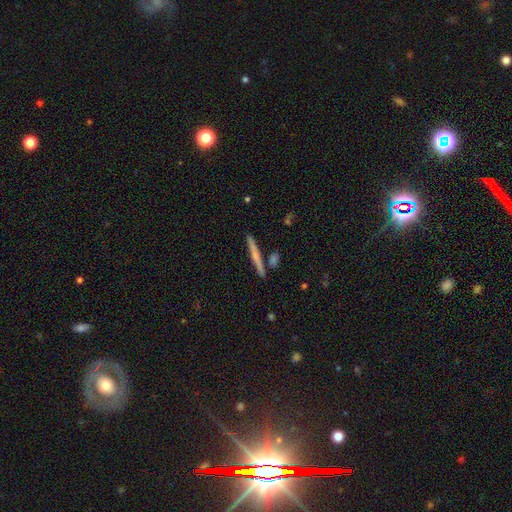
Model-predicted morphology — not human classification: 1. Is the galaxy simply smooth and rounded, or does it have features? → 48% featured or disk, 46% smooth, 6% star or artifact.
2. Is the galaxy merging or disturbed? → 87% none, 7% minor disturbance, 4% merger, 2% major disturbance.